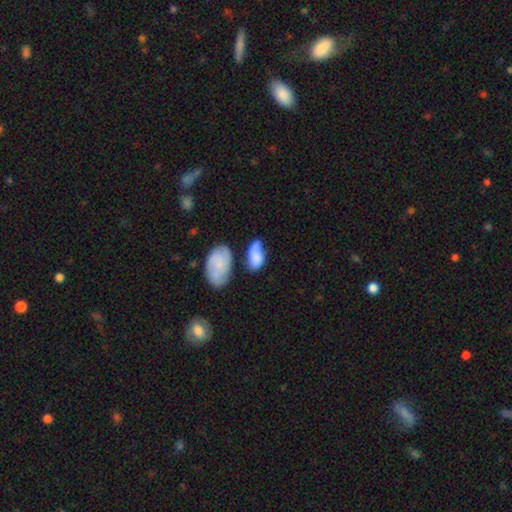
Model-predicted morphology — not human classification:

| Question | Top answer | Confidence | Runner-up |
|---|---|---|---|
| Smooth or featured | smooth | 68% | featured or disk (24%) |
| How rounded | in between | 90% | round (6%) |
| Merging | none | 35% | minor disturbance (29%) |